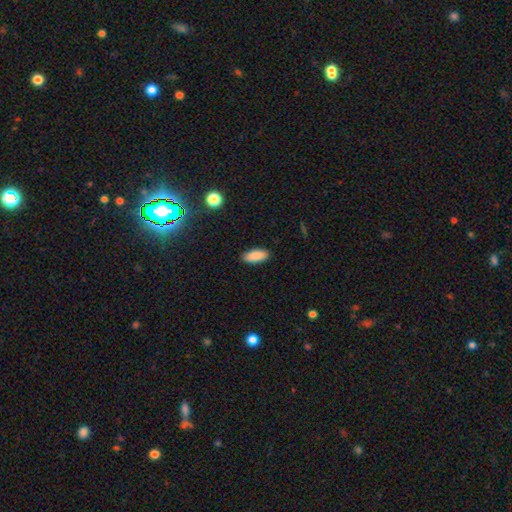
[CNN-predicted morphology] A smooth galaxy with no disk features (89%) that is in between round and cigar-shaped (86%). Merging: none (89%).